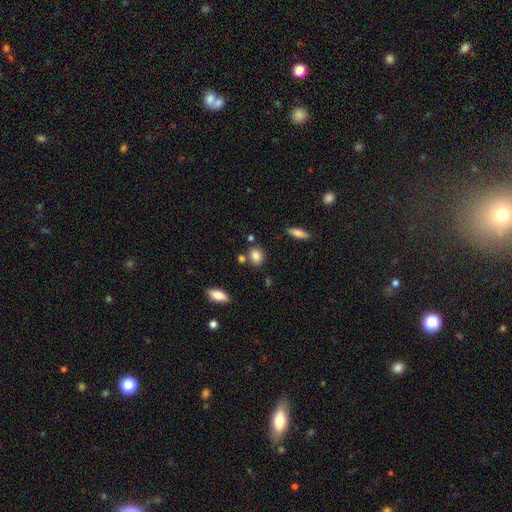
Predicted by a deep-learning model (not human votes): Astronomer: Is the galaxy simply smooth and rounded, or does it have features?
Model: smooth — 84%.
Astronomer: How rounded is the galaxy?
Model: round — 57% (runner-up: in between, 41%).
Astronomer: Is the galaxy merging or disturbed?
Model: none — 74%.